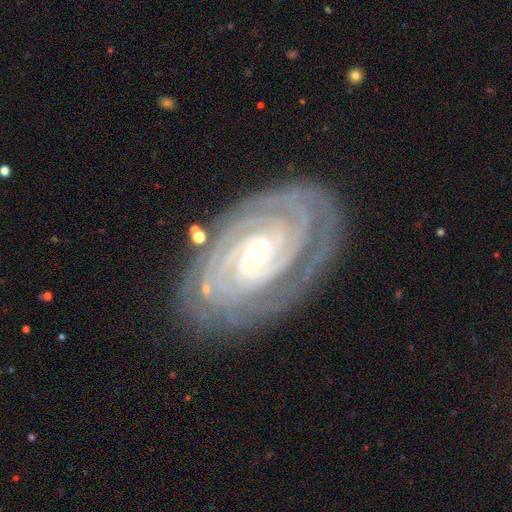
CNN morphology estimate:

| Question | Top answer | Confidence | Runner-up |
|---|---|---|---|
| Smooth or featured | featured or disk | 92% | star or artifact (5%) |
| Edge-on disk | no | 96% | yes (4%) |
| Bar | no | 47% | weak (32%) |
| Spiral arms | yes | 98% | no (2%) |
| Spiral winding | tight | 86% | medium (12%) |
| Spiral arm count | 3 | 23% | tied: 4 (23%) |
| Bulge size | small | 70% | moderate (26%) |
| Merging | none | 81% | minor disturbance (13%) |